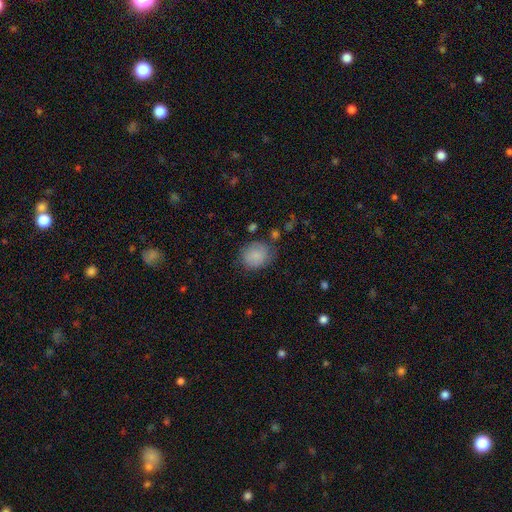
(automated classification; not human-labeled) A smooth galaxy with no disk features (82%) that is round (64%).

Vote fractions:
- Smooth or featured? smooth: 82% / featured or disk: 10% / star or artifact: 8%
- How rounded? round: 64% / in between: 35% / cigar-shaped: 1%
- Merging? none: 68% / minor disturbance: 22% / major disturbance: 7% / merger: 3%